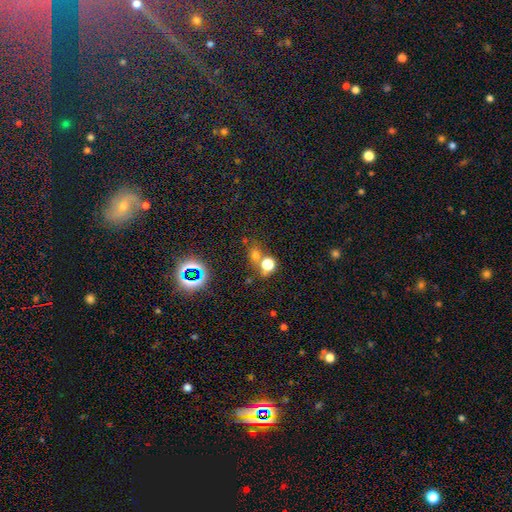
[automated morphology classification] smooth-or-featured: smooth: 52% | star or artifact: 39% | featured or disk: 9%
  how-rounded: round: 77% | in between: 21% | cigar-shaped: 2%
  merging: none: 64% | merger: 23% | minor disturbance: 9% | major disturbance: 5%